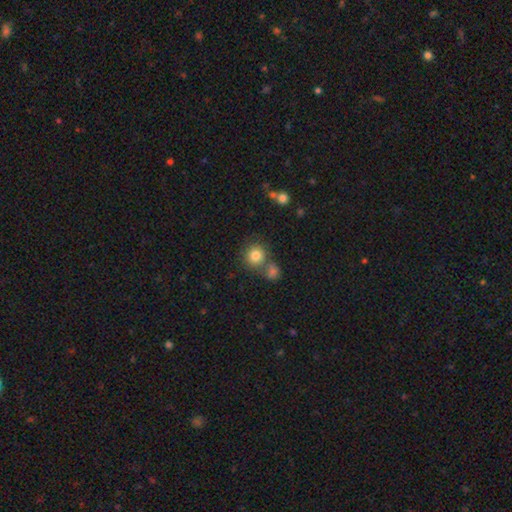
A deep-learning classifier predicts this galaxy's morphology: Smooth or featured? smooth (81%)
How rounded? round (88%)
Merging? none (61%)